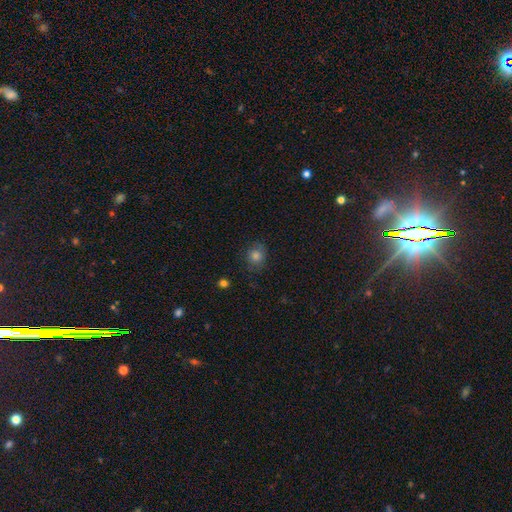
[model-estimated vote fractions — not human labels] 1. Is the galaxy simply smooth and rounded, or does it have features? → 76% smooth, 15% star or artifact, 9% featured or disk.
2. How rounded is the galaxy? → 75% round, 24% in between, 1% cigar-shaped.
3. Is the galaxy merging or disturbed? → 78% none, 17% minor disturbance, 5% major disturbance, 1% merger.